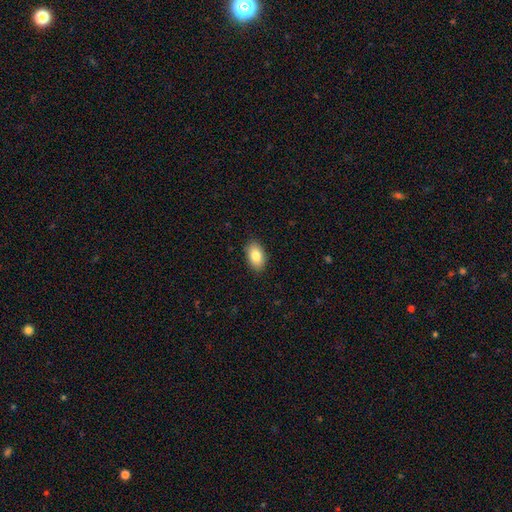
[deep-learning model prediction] A smooth galaxy with no disk features (84%) that is in between round and cigar-shaped (92%).

Vote fractions:
- Smooth or featured? smooth: 84% / featured or disk: 9% / star or artifact: 7%
- How rounded? in between: 92% / round: 7% / cigar-shaped: 2%
- Merging? none: 88% / minor disturbance: 9% / major disturbance: 2% / merger: 1%